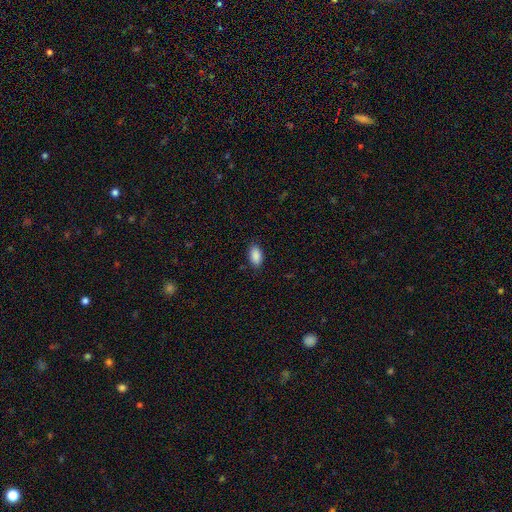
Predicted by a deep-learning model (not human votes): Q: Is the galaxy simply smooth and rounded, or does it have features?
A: smooth — 89%.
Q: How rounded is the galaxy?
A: in between — 94%.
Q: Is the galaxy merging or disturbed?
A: none — 85%.